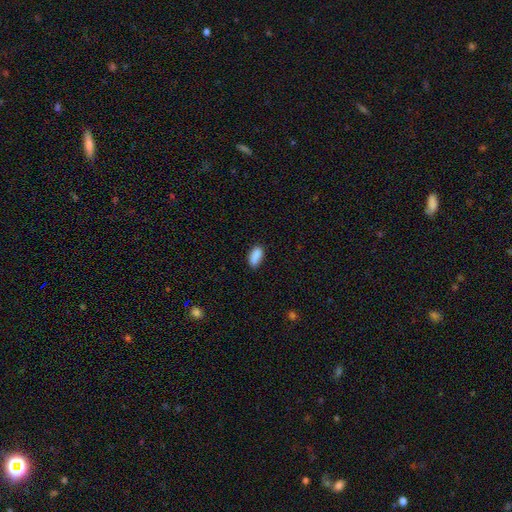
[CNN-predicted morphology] A smooth galaxy with no disk features (88%) that is in between round and cigar-shaped (88%).

Vote fractions:
- Smooth or featured? smooth: 88% / star or artifact: 8% / featured or disk: 4%
- How rounded? in between: 88% / cigar-shaped: 9% / round: 3%
- Merging? none: 81% / minor disturbance: 14% / major disturbance: 3% / merger: 2%